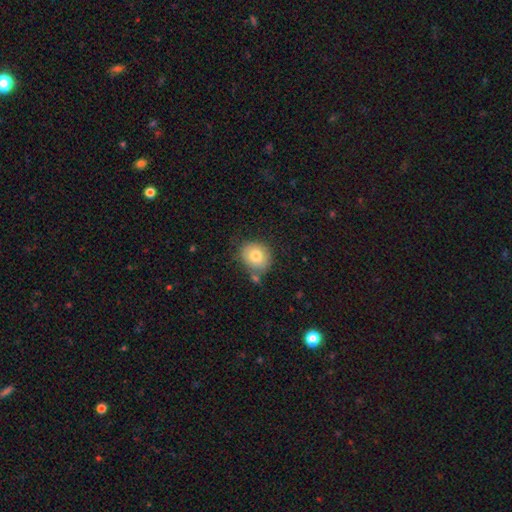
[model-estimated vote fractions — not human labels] Smooth or featured: smooth — 78% (featured or disk — 13%)
How rounded: round — 71% (in between — 28%)
Merging: none — 68% (minor disturbance — 17%)